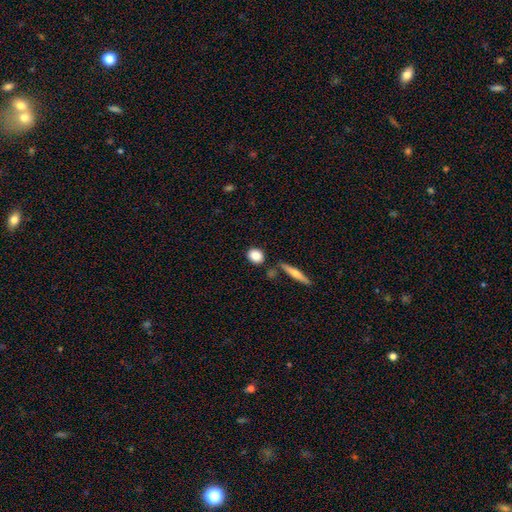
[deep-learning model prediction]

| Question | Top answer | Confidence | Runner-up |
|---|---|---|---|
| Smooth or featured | smooth | 85% | featured or disk (8%) |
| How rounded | round | 56% | in between (40%) |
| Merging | none | 81% | minor disturbance (10%) |